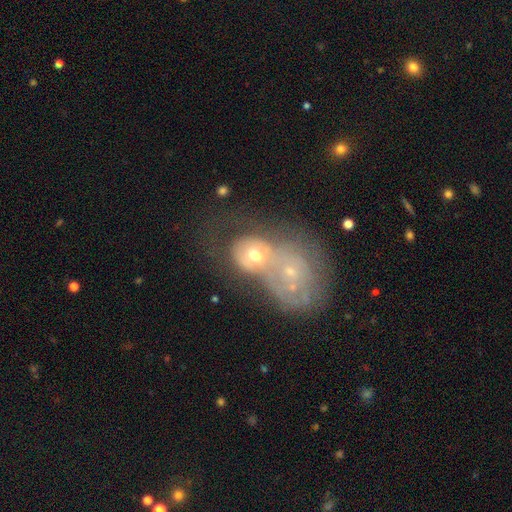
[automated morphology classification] smooth-or-featured: featured or disk: 57% | smooth: 29% | star or artifact: 14%
  disk-edge-on: no: 95% | yes: 5%
    bar: no: 82% | weak: 14% | strong: 4%
    has-spiral-arms: yes: 53% | no: 47%
    bulge-size: small: 57% | moderate: 35% | none: 4% | large: 3% | dominant: 2%
  merging: merger: 73% | none: 16% | minor disturbance: 6% | major disturbance: 5%